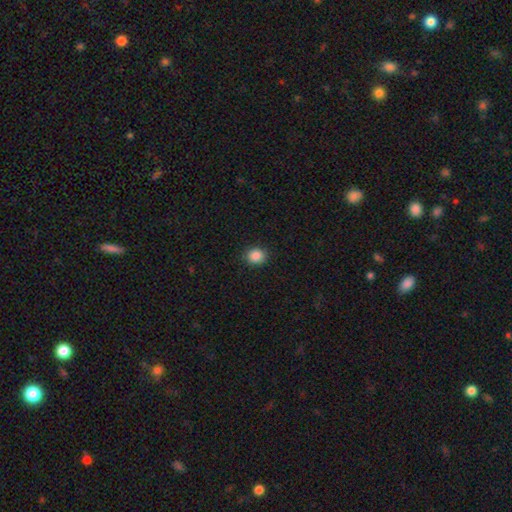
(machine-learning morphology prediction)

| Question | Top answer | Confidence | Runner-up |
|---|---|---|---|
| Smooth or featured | smooth | 87% | star or artifact (10%) |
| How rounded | round | 77% | in between (22%) |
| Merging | none | 90% | minor disturbance (7%) |